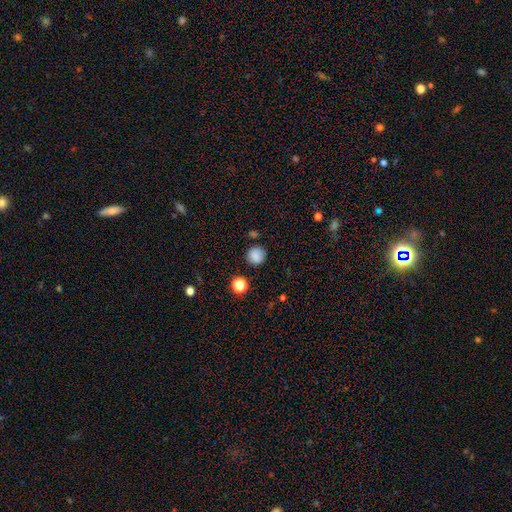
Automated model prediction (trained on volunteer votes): smooth 85%, star or artifact 11%, featured or disk 4%. Down the decision tree: how rounded — round (91%); merging — none (85%).